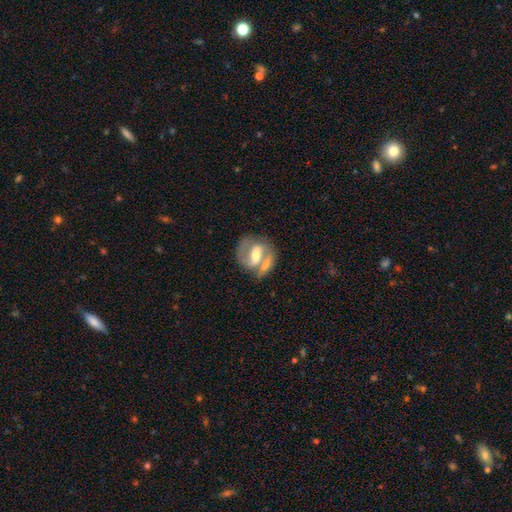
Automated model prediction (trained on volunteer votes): featured or disk 72%, smooth 23%, star or artifact 6%. Down the decision tree: edge-on disk — no (94%); bar — strong (46%); spiral arms — yes (77%); spiral arm count — 2 (75%); spiral winding — medium (47%); bulge size — moderate (66%); merging — none (44%).